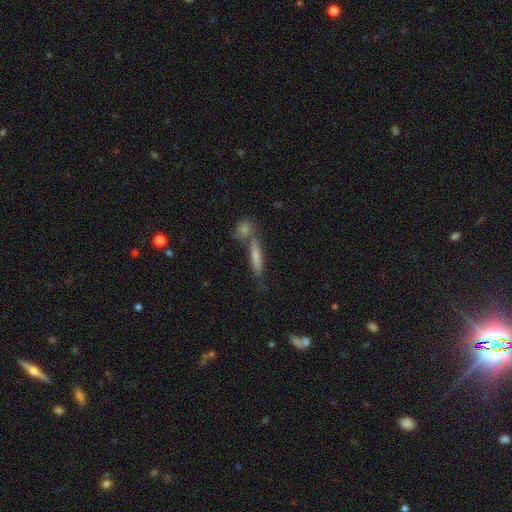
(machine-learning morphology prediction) Overall: smooth (55%; featured or disk 33%). How rounded: cigar-shaped (86%). Merging: none (62%; merger 22%).